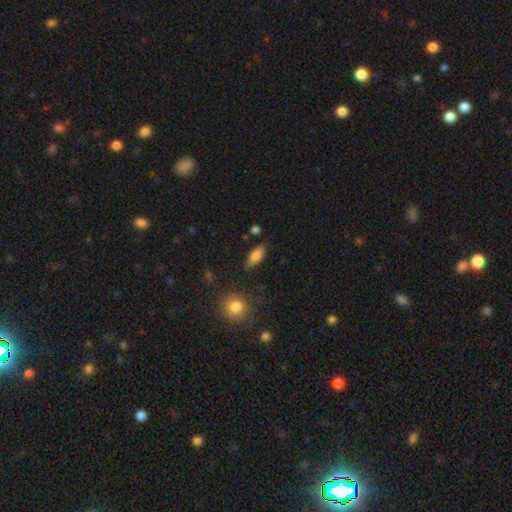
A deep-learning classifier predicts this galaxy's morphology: Smooth or featured: smooth — 77% (featured or disk — 15%)
How rounded: in between — 74% (cigar-shaped — 22%)
Merging: none — 82% (minor disturbance — 12%)